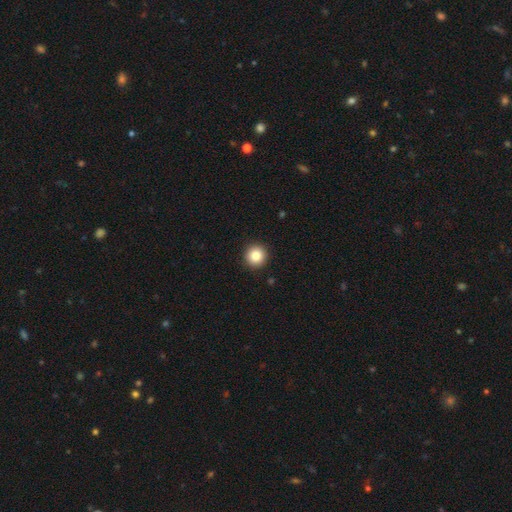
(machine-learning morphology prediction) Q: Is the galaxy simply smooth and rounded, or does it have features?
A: smooth — 87%.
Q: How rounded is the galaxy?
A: round — 94%.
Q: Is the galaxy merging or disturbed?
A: none — 92%.